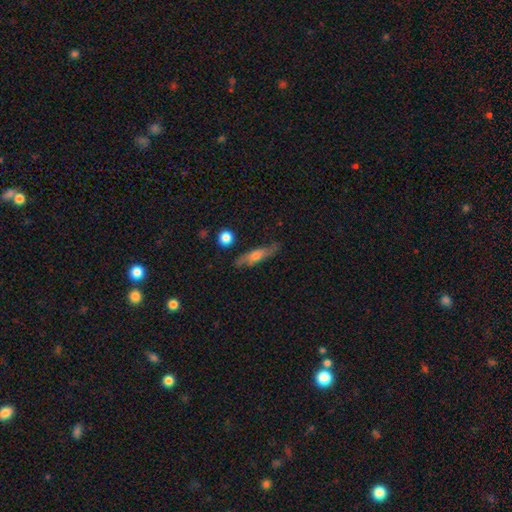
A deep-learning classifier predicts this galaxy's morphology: A smooth galaxy with no disk features (51%) that is cigar-shaped (69%).

Vote fractions:
- Smooth or featured? smooth: 51% / featured or disk: 42% / star or artifact: 7%
- How rounded? cigar-shaped: 69% / in between: 27% / round: 4%
- Merging? none: 75% / minor disturbance: 18% / major disturbance: 4% / merger: 3%